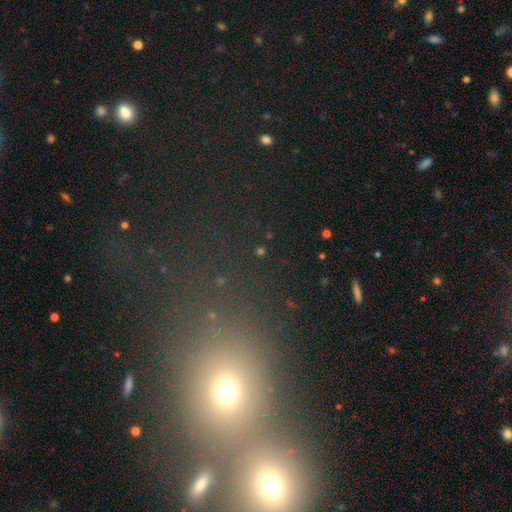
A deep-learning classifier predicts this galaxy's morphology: smooth-or-featured: smooth: 45% | star or artifact: 43% | featured or disk: 12%
  merging: none: 55% | merger: 26% | minor disturbance: 10% | major disturbance: 9%